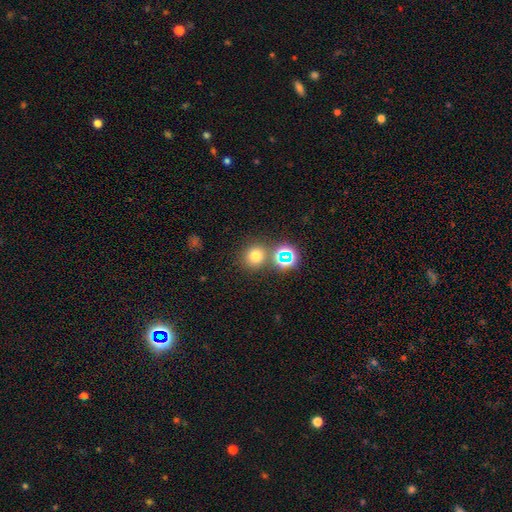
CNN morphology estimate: smooth-or-featured: smooth: 70% | star or artifact: 22% | featured or disk: 8%
  how-rounded: round: 89% | in between: 11% | cigar-shaped: 1%
  merging: none: 75% | merger: 14% | minor disturbance: 8% | major disturbance: 3%